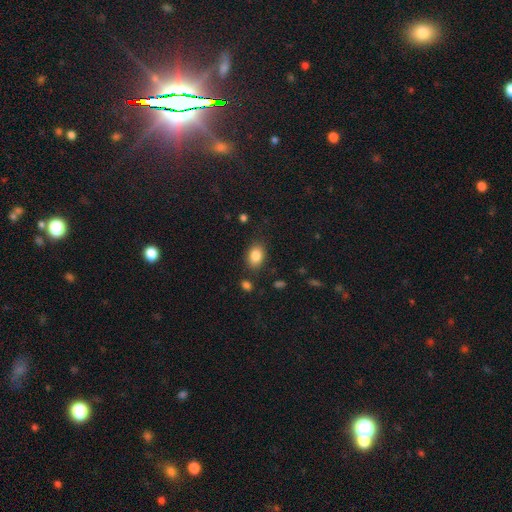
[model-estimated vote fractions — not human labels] smooth 85%, star or artifact 8%, featured or disk 6%. Down the decision tree: how rounded — in between (78%); merging — none (82%).